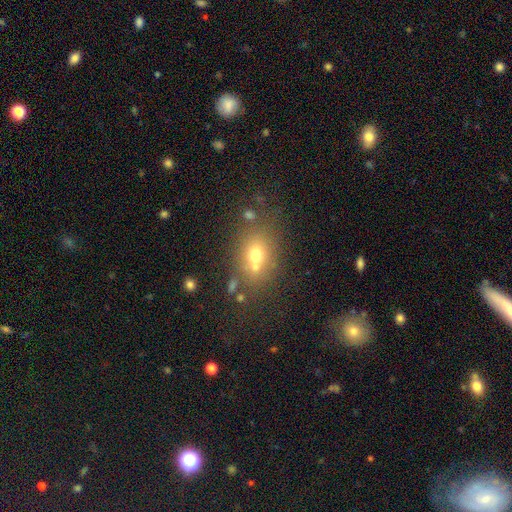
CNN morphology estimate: Smooth or featured? smooth (64%)
How rounded? in between (55%)
Merging? none (56%)